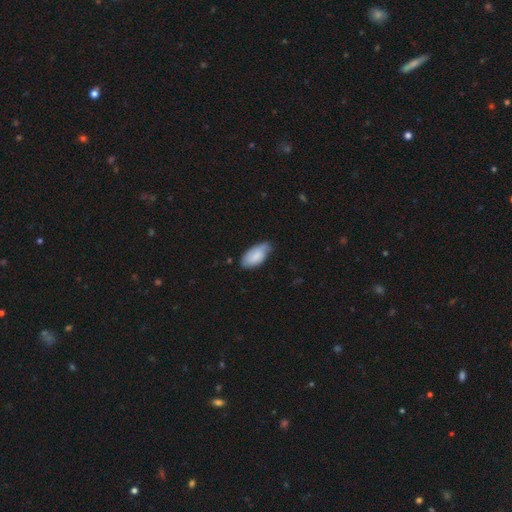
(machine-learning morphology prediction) Overall: smooth (75%). How rounded: in between (94%). Merging: none (56%; minor disturbance 35%).